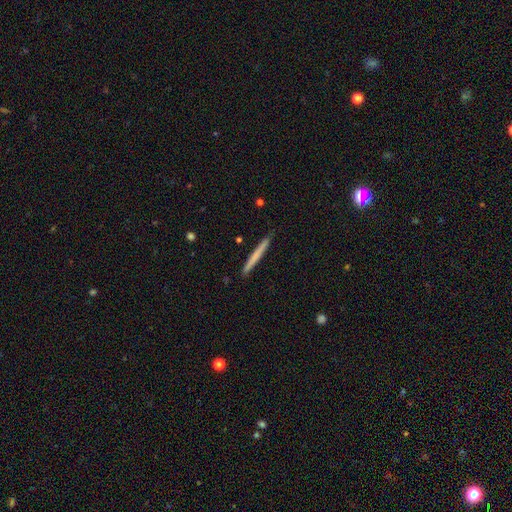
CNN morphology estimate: This appears to be a smooth galaxy with no disk features (64%) that is cigar-shaped (97%). Merging: none (91%).